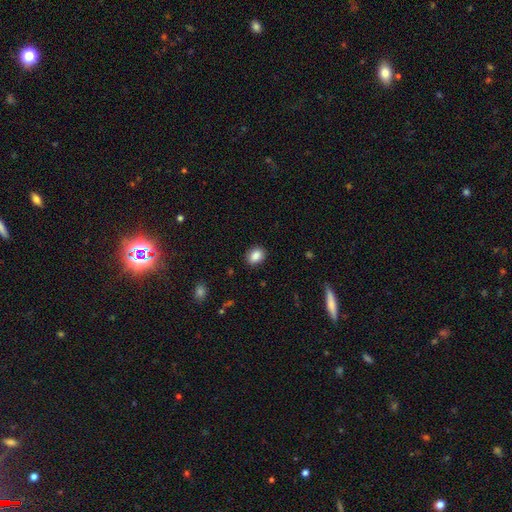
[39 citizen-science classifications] This is clearly a smooth galaxy (82%). How rounded: likely in between (69%). Merging: clearly none (94%).